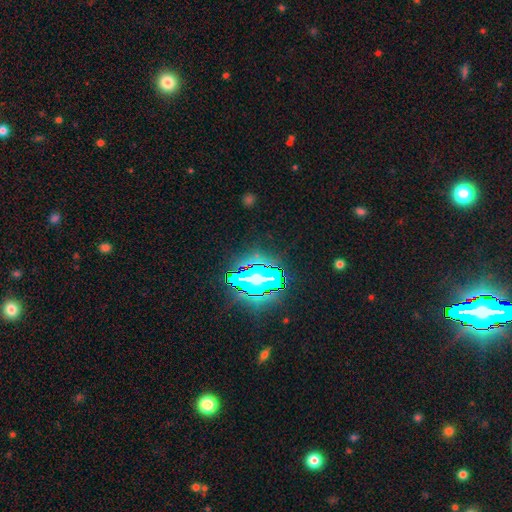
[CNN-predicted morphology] A star or artifact, not a galaxy (82%).